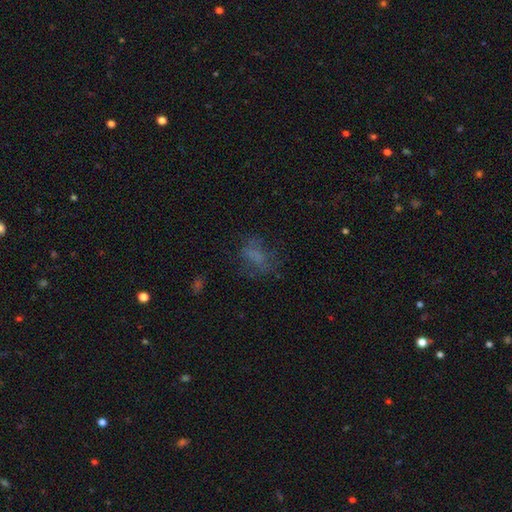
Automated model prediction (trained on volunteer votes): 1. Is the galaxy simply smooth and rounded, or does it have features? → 52% smooth, 26% featured or disk, 22% star or artifact.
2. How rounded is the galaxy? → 71% in between, 24% round, 5% cigar-shaped.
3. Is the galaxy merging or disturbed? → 55% none, 23% major disturbance, 19% minor disturbance, 2% merger.